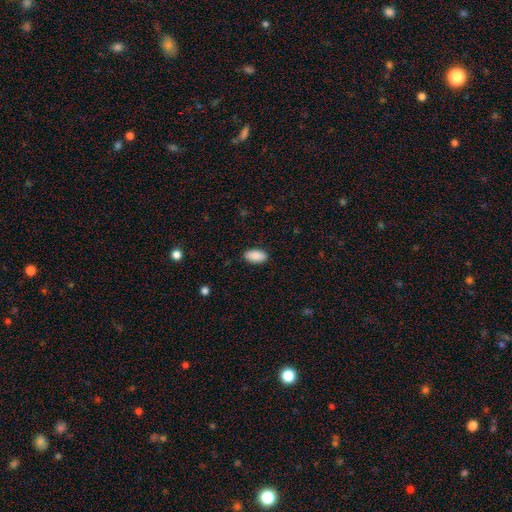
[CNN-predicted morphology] Smooth or featured? Predicted: smooth (p=0.90). How rounded? Predicted: in between (p=0.94). Merging? Predicted: none (p=0.89).